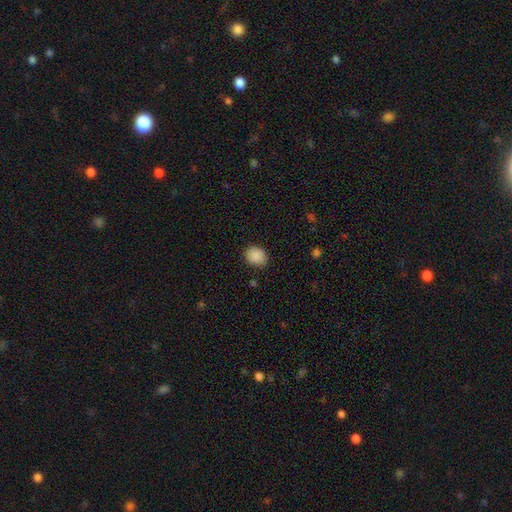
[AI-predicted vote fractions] Smooth or featured? smooth (89%)
How rounded? round (63%)
Merging? none (84%)